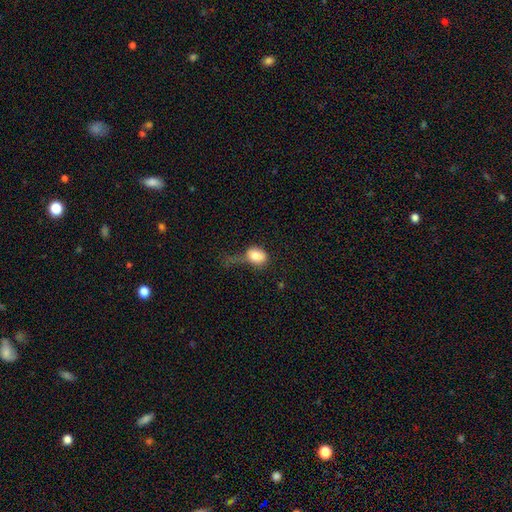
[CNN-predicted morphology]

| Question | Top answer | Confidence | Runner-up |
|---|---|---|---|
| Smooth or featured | smooth | 79% | featured or disk (12%) |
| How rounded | in between | 60% | round (38%) |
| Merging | major disturbance | 41% | minor disturbance (28%) |